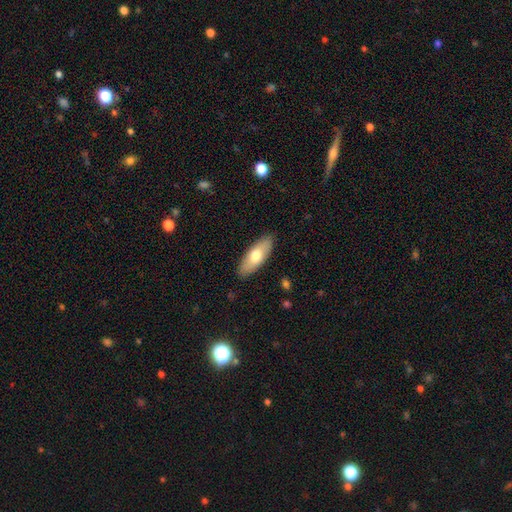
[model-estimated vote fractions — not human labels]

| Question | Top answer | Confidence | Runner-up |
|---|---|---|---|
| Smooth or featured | smooth | 69% | featured or disk (26%) |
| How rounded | in between | 74% | cigar-shaped (24%) |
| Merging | none | 88% | minor disturbance (9%) |